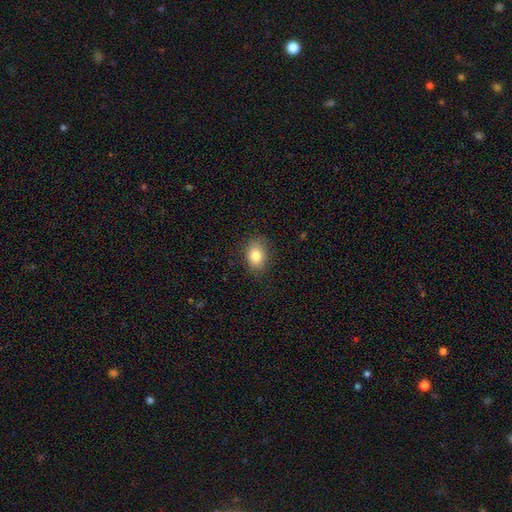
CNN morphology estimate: A smooth galaxy with no disk features (83%) that is in between round and cigar-shaped (71%).

Vote fractions:
- Smooth or featured? smooth: 83% / star or artifact: 9% / featured or disk: 8%
- How rounded? in between: 71% / round: 28% / cigar-shaped: 1%
- Merging? none: 84% / minor disturbance: 12% / major disturbance: 3% / merger: 1%